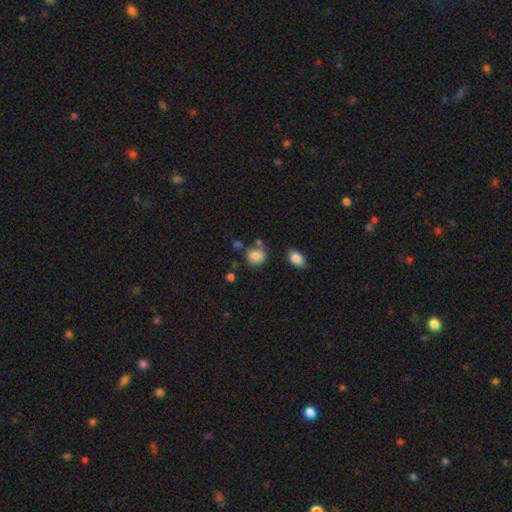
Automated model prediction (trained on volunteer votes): This is clearly a smooth galaxy (84%). How rounded: likely round (73%). Merging: likely none (69%).